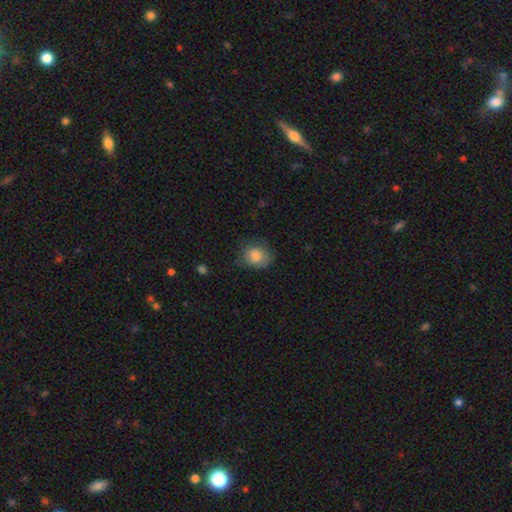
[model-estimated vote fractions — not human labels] smooth 84%, featured or disk 8%, star or artifact 8%. Down the decision tree: how rounded — round (70%); merging — none (66%).